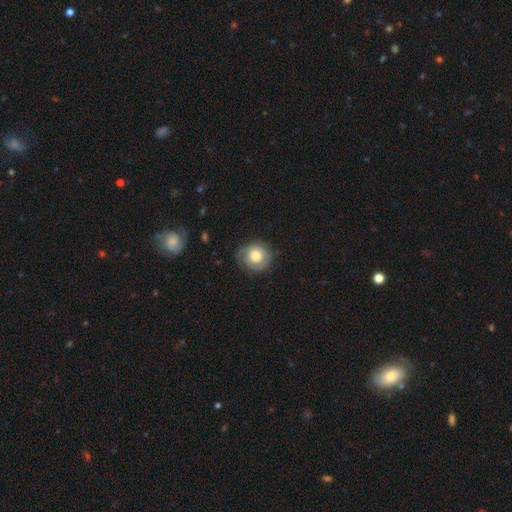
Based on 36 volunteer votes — Smooth or featured? featured or disk (58%)
Edge-on disk? no (100%)
Bar? no (86%)
Spiral arms? yes (81%)
Spiral winding? tight (88%)
Spiral arm count? 2 (47%)
Bulge size? large (52%)
Merging? none (69%)